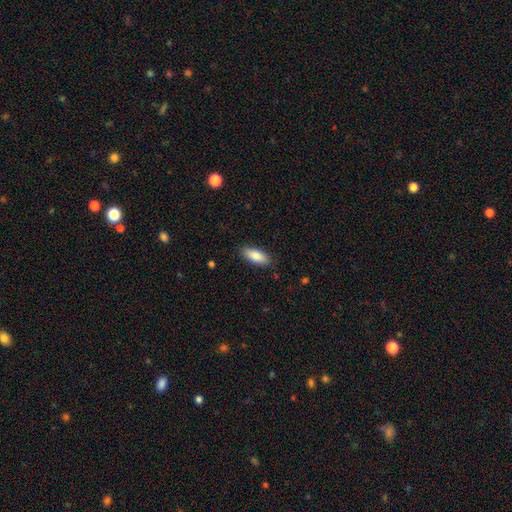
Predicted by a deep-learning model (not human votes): Smooth or featured? smooth (85%)
How rounded? in between (80%)
Merging? none (87%)